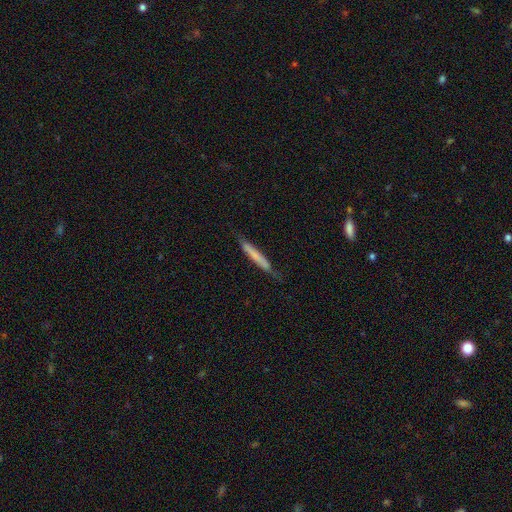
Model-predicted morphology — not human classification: smooth 64%, featured or disk 31%, star or artifact 6%. Down the decision tree: how rounded — cigar-shaped (95%); merging — none (72%).